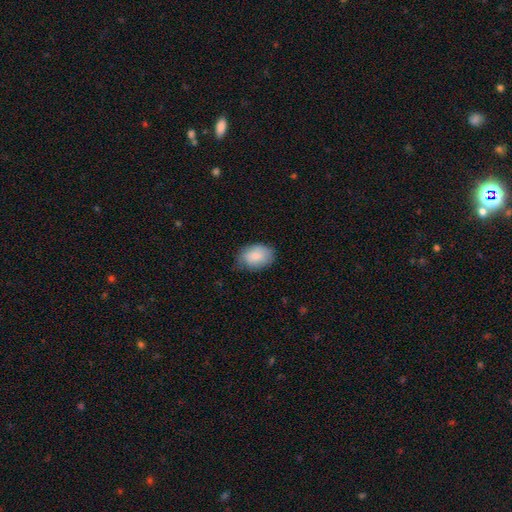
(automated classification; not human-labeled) This appears to be a smooth galaxy with no disk features (84%) that is in between round and cigar-shaped (83%). Merging: none (66%).